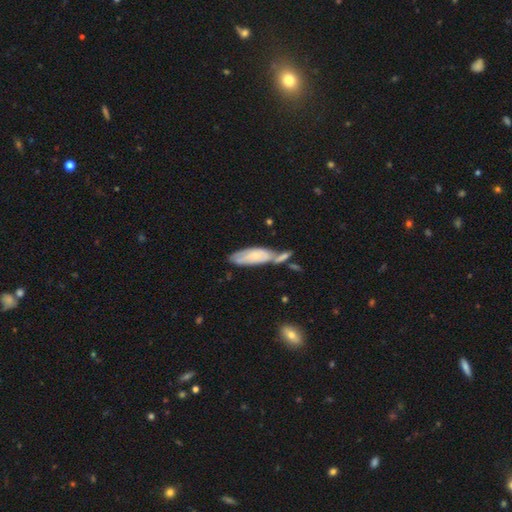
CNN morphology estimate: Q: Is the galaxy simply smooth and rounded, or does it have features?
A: smooth — 49%.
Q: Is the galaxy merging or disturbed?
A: none — 42%.